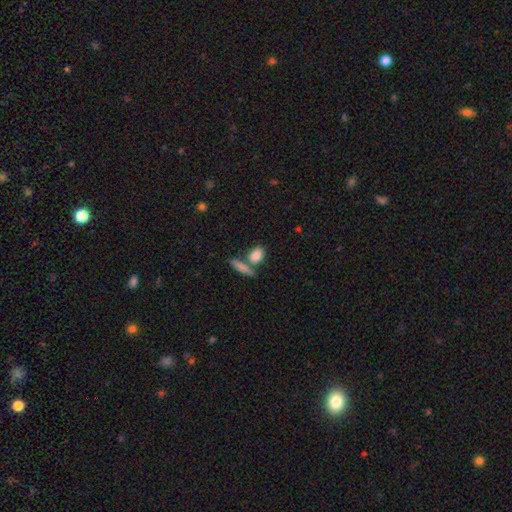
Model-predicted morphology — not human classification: smooth_or_featured: smooth (p=0.85) [alt: featured or disk p=0.09]
how_rounded: in between (p=0.71) [alt: round p=0.17]
merging: none (p=0.58) [alt: merger p=0.27]